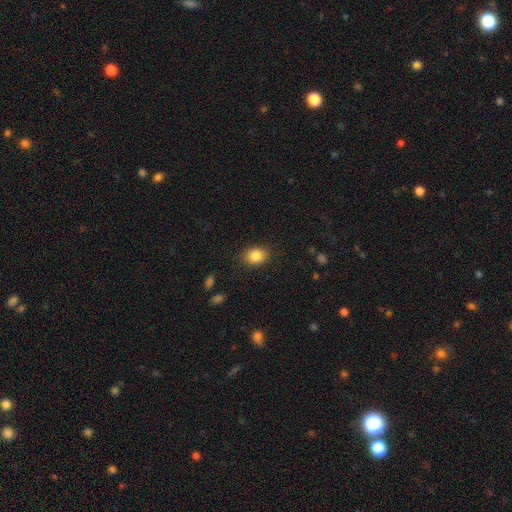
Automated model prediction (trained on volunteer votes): Smooth or featured? smooth (86%)
How rounded? in between (63%)
Merging? none (86%)